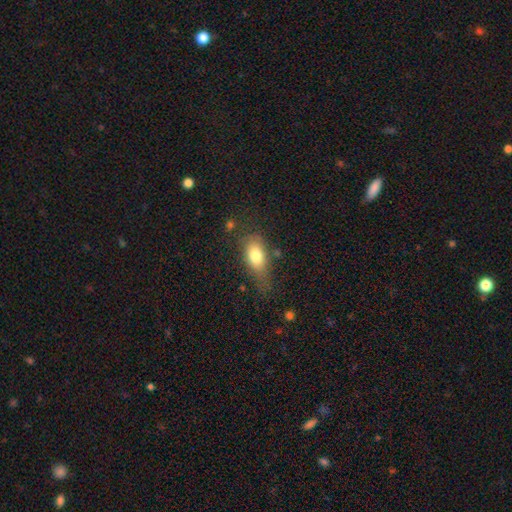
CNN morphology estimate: Smooth or featured? Predicted: smooth (p=0.77). How rounded? Predicted: in between (p=0.85). Merging? Predicted: none (p=0.51).